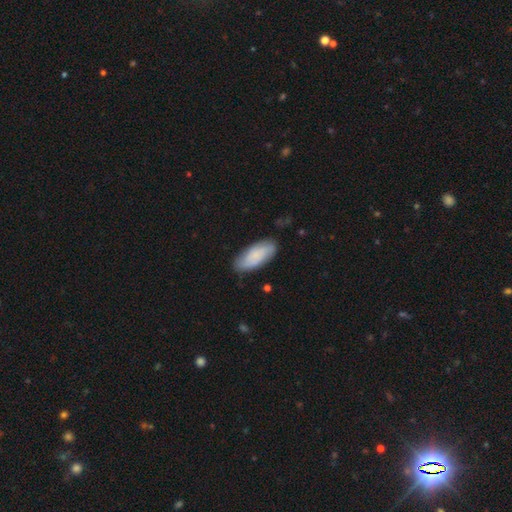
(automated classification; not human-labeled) smooth-or-featured: smooth: 69% | featured or disk: 25% | star or artifact: 6%
  how-rounded: in between: 84% | cigar-shaped: 14% | round: 2%
  merging: none: 79% | minor disturbance: 16% | major disturbance: 3% | merger: 1%